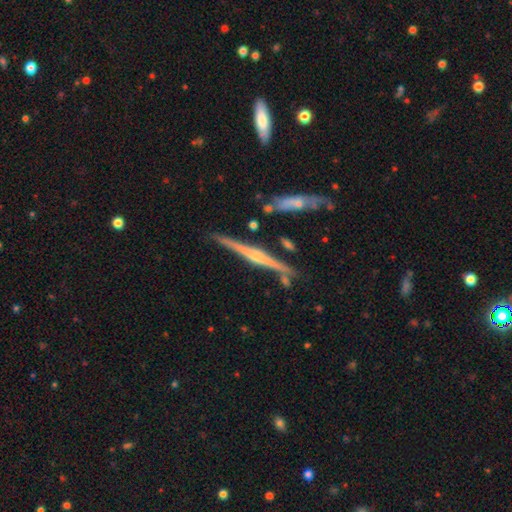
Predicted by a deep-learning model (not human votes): featured or disk 80%, smooth 14%, star or artifact 6%. Down the decision tree: edge-on disk — yes (98%); edge-on bulge — rounded (74%); merging — none (83%).